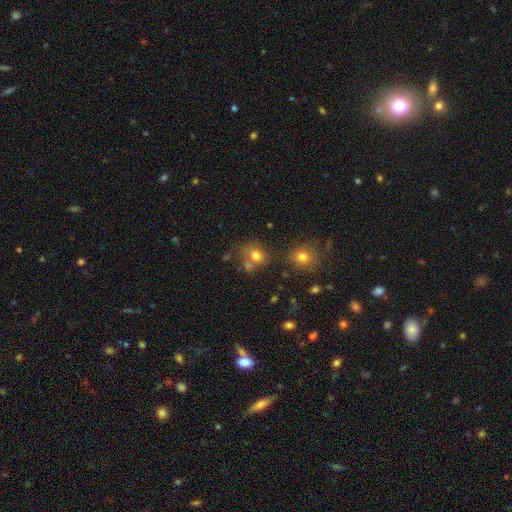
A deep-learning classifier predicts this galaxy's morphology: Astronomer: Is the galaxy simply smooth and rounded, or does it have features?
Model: smooth — 74%.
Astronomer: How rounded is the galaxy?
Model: round — 61% (runner-up: in between, 38%).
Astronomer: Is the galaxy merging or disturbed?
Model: none — 54%.